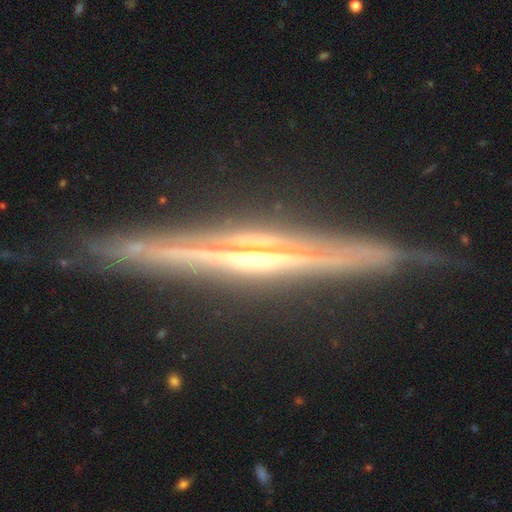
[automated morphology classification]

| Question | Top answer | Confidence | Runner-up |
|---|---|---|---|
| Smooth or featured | featured or disk | 82% | star or artifact (10%) |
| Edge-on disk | yes | 95% | no (5%) |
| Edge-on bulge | rounded | 74% | none (14%) |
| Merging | none | 87% | minor disturbance (8%) |